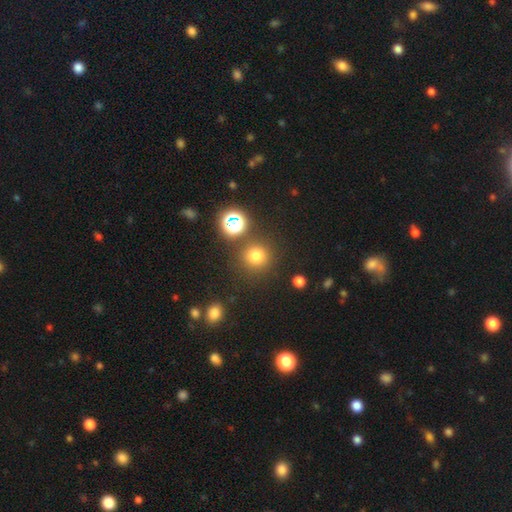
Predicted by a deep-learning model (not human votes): smooth 74%, star or artifact 20%, featured or disk 6%. Down the decision tree: how rounded — round (93%); merging — none (83%).